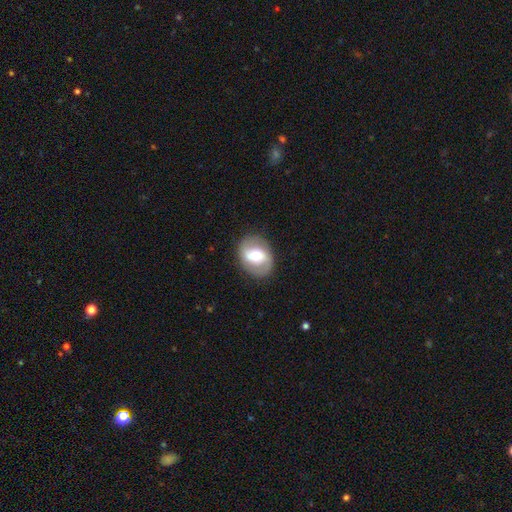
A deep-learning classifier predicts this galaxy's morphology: This is likely a featured or disk galaxy (61%). It is clearly not viewed edge-on (96%). Bar: marginally weak (39%). Spiral arm pattern: likely yes (66%). Central bulge: likely moderate (70%). Merging: clearly none (83%).